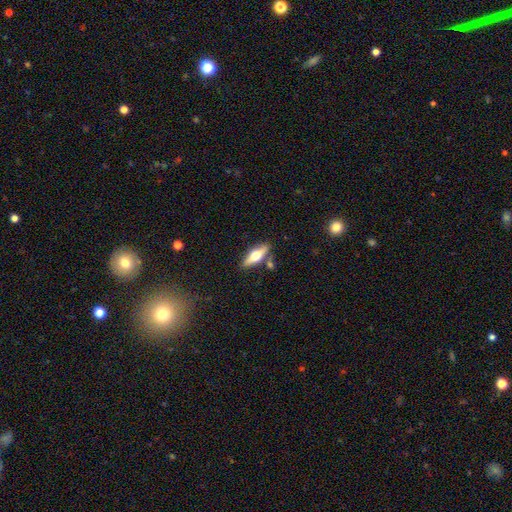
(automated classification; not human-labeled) This is possibly a featured or disk galaxy (53%). It is clearly viewed edge-on (91%). Merging: likely none (78%).